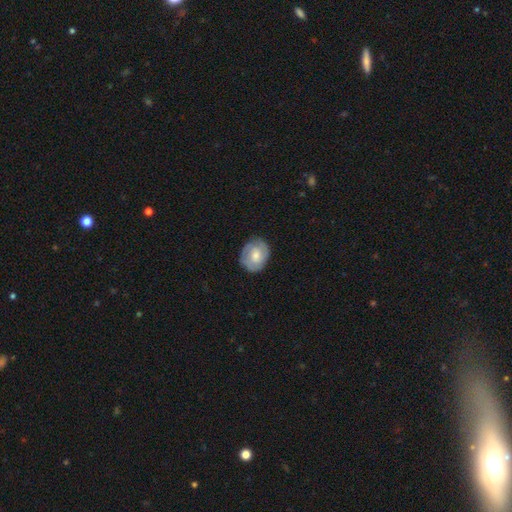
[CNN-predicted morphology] Smooth or featured?
  - smooth: 48% *
  - featured or disk: 46%
  - star or artifact: 6%
Merging?
  - none: 77% *
  - minor disturbance: 18%
  - major disturbance: 5%
  - merger: 1%